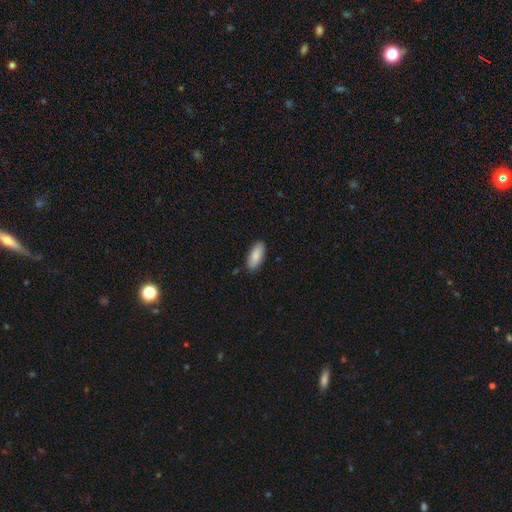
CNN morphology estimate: Q: Smooth or featured?
A: smooth (86%); runner-up: featured or disk (8%)
Q: How rounded?
A: in between (85%); runner-up: cigar-shaped (14%)
Q: Merging?
A: none (86%); runner-up: minor disturbance (11%)